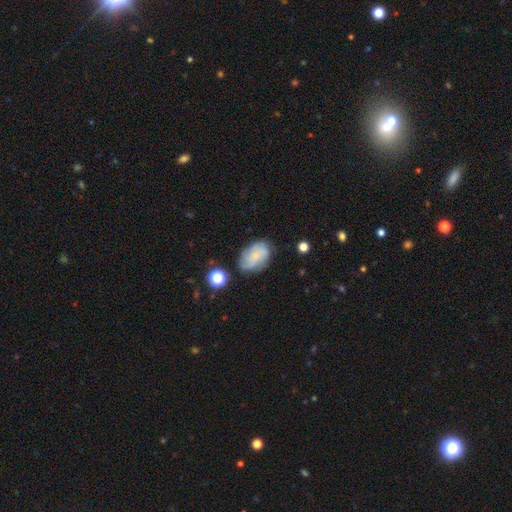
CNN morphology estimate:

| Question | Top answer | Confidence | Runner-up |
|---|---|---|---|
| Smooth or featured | smooth | 51% | featured or disk (39%) |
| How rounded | in between | 85% | round (13%) |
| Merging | none | 69% | minor disturbance (21%) |